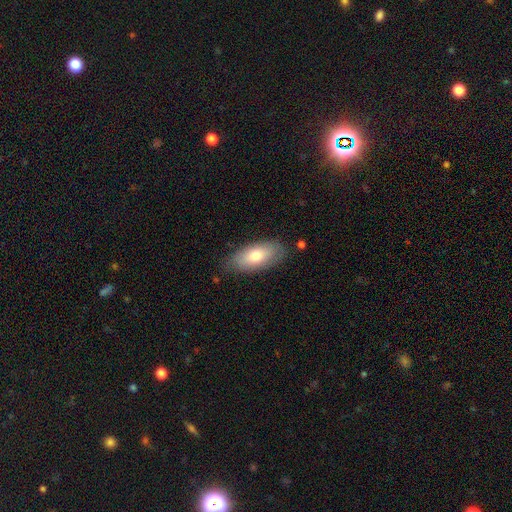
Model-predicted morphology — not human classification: A smooth galaxy with no disk features (72%) that is in between round and cigar-shaped (88%). Merging: none (79%).